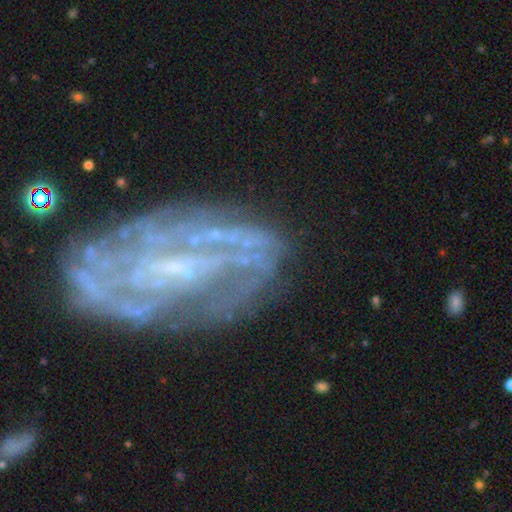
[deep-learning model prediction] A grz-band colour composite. It shows a featured or disk galaxy (74%) with no bar (49%), spiral arms (61%) and a small central bulge (53%). Merging: none (53%).